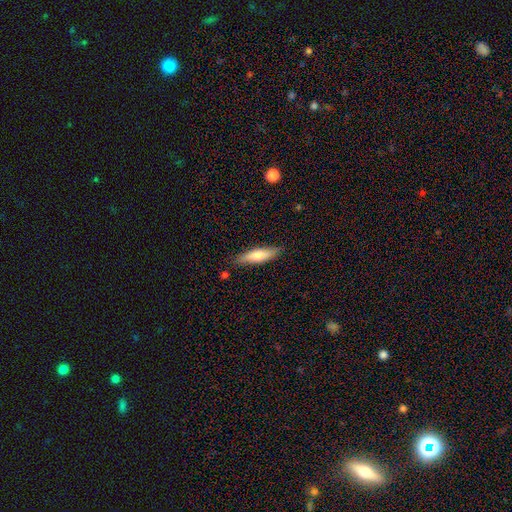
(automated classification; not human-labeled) This appears to be a smooth galaxy with no disk features (69%) that is cigar-shaped (67%). Merging: none (83%).